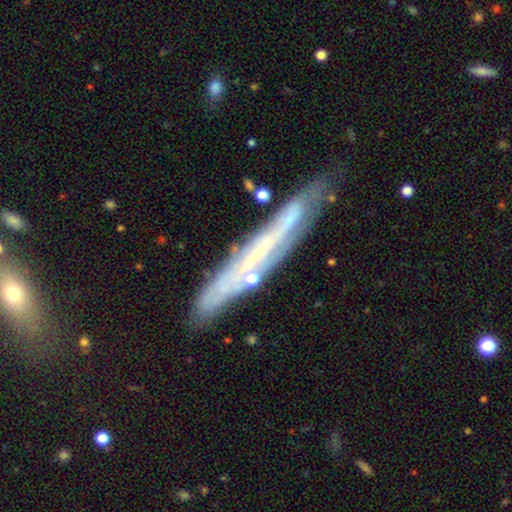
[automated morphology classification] smooth_or_featured: featured or disk (p=0.68) [alt: smooth p=0.24]
disk_edge_on: yes (p=0.76) [alt: no p=0.24]
edge_on_bulge: none (p=0.78) [alt: rounded p=0.16]
merging: none (p=0.71) [alt: minor disturbance p=0.19]